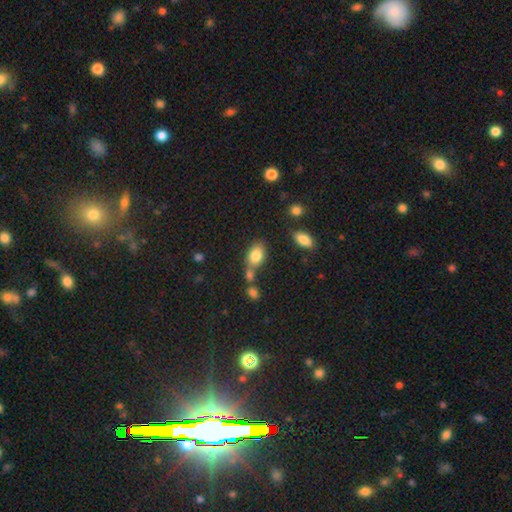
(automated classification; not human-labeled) This is clearly a smooth galaxy (82%). How rounded: clearly in between (81%). Merging: possibly none (48%).